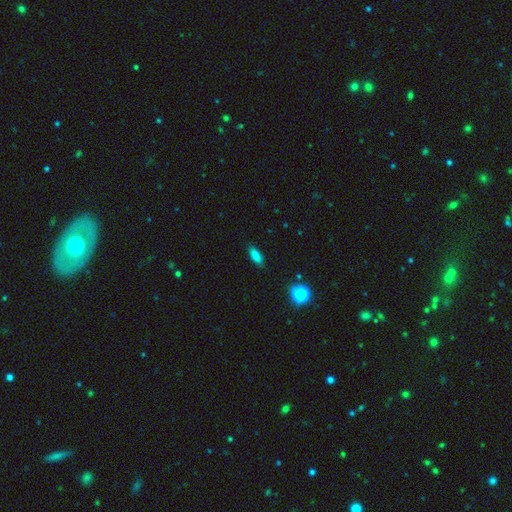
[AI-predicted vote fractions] A smooth galaxy with no disk features (82%) that is in between round and cigar-shaped (73%). Merging: none (86%).